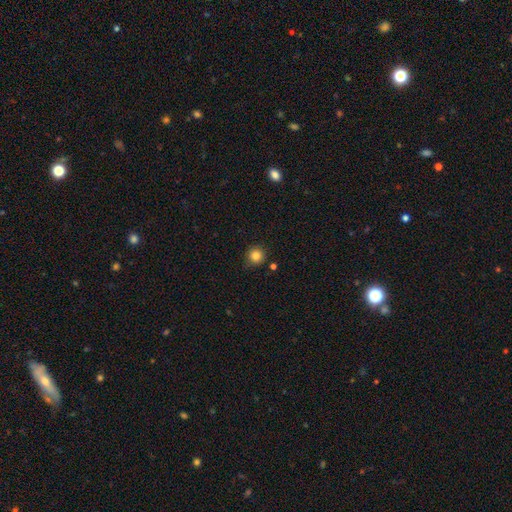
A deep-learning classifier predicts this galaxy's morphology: This is clearly a smooth galaxy (84%). How rounded: clearly round (94%). Merging: clearly none (85%).